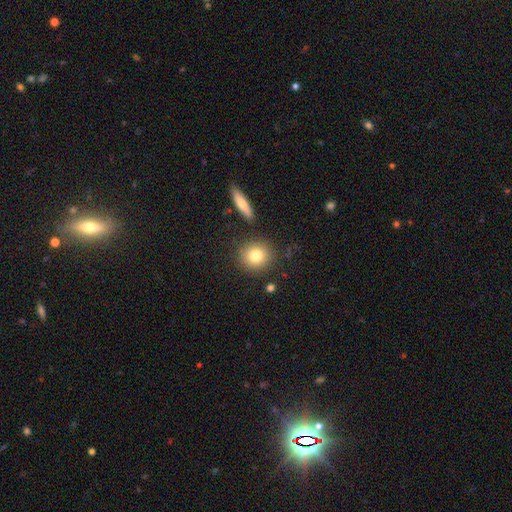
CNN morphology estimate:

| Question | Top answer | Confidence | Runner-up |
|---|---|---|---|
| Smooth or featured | smooth | 80% | featured or disk (10%) |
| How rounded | round | 87% | in between (11%) |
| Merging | none | 85% | minor disturbance (8%) |